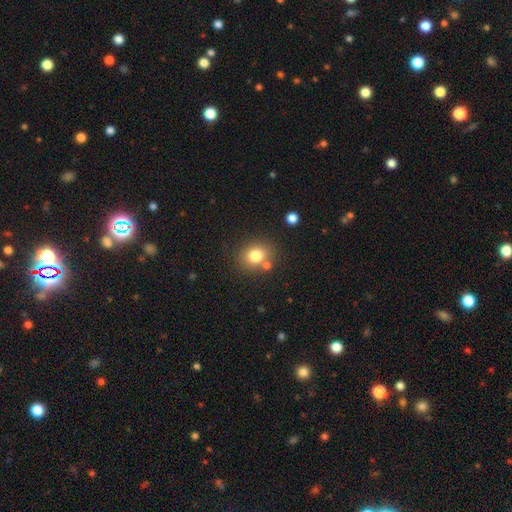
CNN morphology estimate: Smooth or featured?
  - smooth: 78% *
  - star or artifact: 12%
  - featured or disk: 9%
How rounded?
  - round: 72% *
  - in between: 28%
  - cigar-shaped: 1%
Merging?
  - none: 74% *
  - merger: 12%
  - minor disturbance: 11%
  - major disturbance: 4%